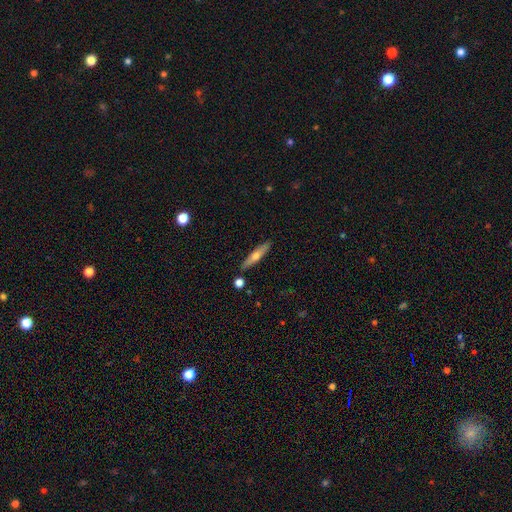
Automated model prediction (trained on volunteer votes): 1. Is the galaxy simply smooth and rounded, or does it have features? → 48% smooth, 45% featured or disk, 6% star or artifact.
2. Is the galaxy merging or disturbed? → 86% none, 9% minor disturbance, 3% merger, 2% major disturbance.